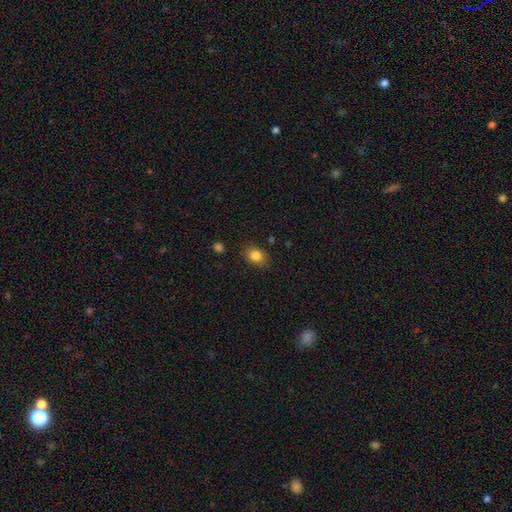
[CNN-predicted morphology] Q: Smooth or featured?
A: smooth (84%); runner-up: star or artifact (10%)
Q: How rounded?
A: in between (66%); runner-up: round (33%)
Q: Merging?
A: none (84%); runner-up: minor disturbance (12%)